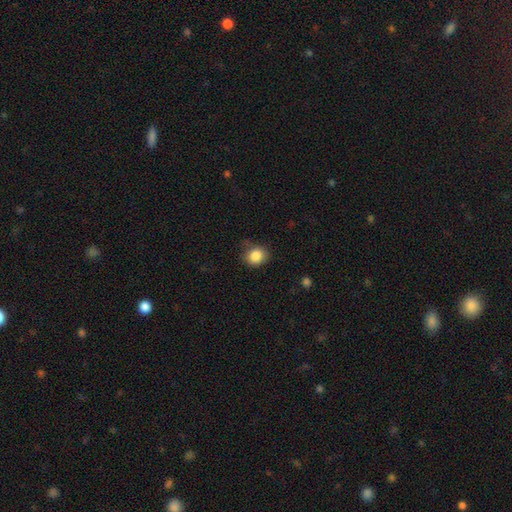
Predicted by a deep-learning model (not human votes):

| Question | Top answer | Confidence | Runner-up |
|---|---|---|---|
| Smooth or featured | smooth | 86% | star or artifact (10%) |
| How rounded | round | 71% | in between (29%) |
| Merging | none | 70% | minor disturbance (22%) |